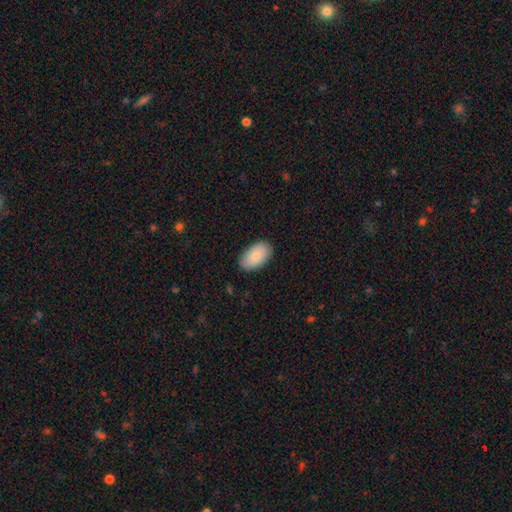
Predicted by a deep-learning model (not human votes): Smooth or featured?
  - smooth: 87% *
  - featured or disk: 7%
  - star or artifact: 6%
How rounded?
  - in between: 95% *
  - round: 4%
  - cigar-shaped: 1%
Merging?
  - none: 86% *
  - minor disturbance: 11%
  - major disturbance: 2%
  - merger: 1%